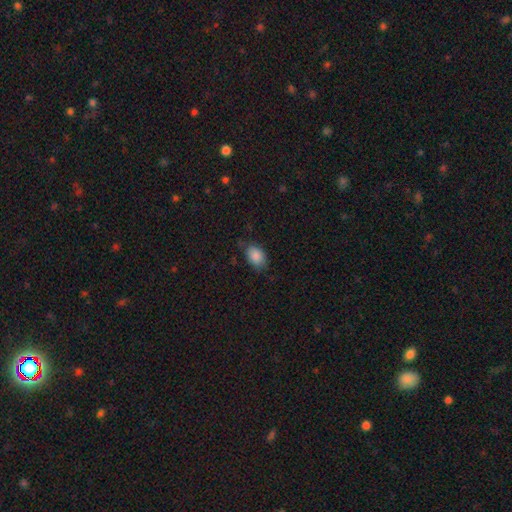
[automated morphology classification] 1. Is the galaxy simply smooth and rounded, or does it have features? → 87% smooth, 8% star or artifact, 5% featured or disk.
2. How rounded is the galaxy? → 80% in between, 19% round, 1% cigar-shaped.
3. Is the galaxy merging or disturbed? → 71% none, 23% minor disturbance, 5% major disturbance, 1% merger.